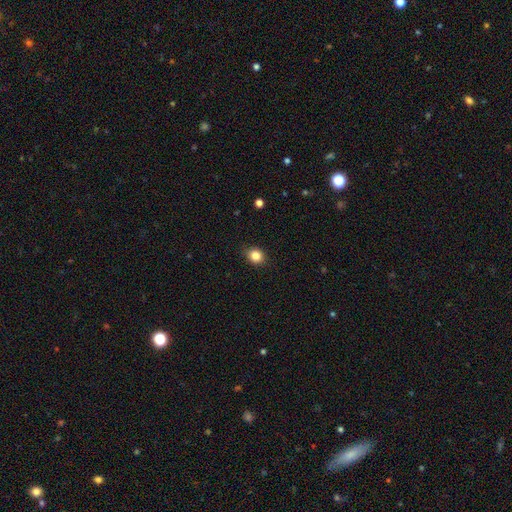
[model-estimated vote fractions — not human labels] Smooth or featured? smooth (84%)
How rounded? round (72%)
Merging? none (86%)